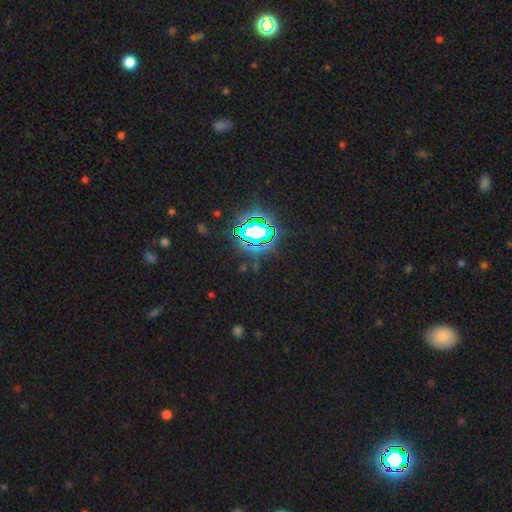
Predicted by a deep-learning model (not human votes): smooth-or-featured: star or artifact: 81% | smooth: 12% | featured or disk: 7%